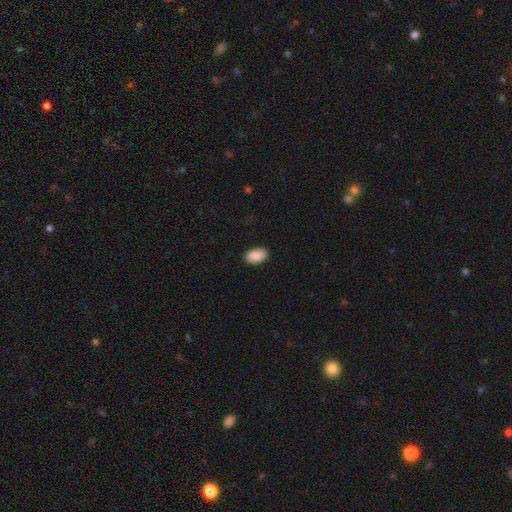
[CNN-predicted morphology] Q: Smooth or featured?
A: smooth (89%); runner-up: star or artifact (6%)
Q: How rounded?
A: in between (92%); runner-up: round (6%)
Q: Merging?
A: none (86%); runner-up: minor disturbance (11%)